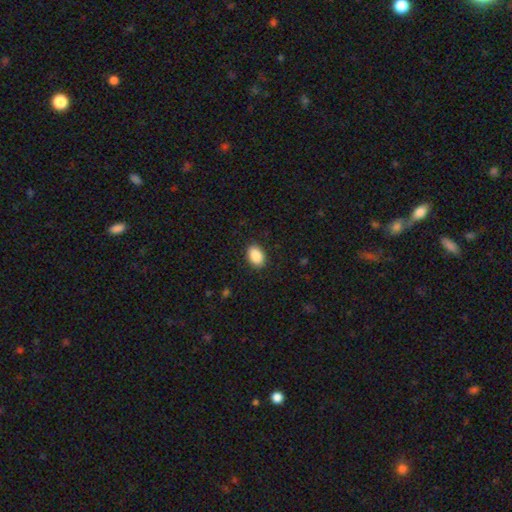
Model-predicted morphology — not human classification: type=smooth (89%); roundness=in between (83%); merging=none (89%).